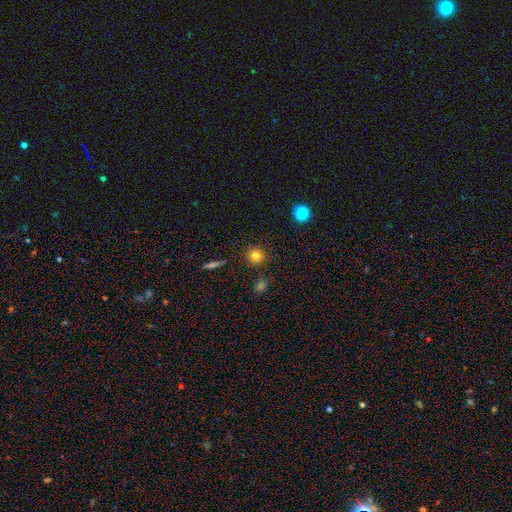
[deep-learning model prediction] Smooth or featured: smooth — 79% (star or artifact — 14%)
How rounded: round — 89% (in between — 10%)
Merging: none — 89% (minor disturbance — 7%)